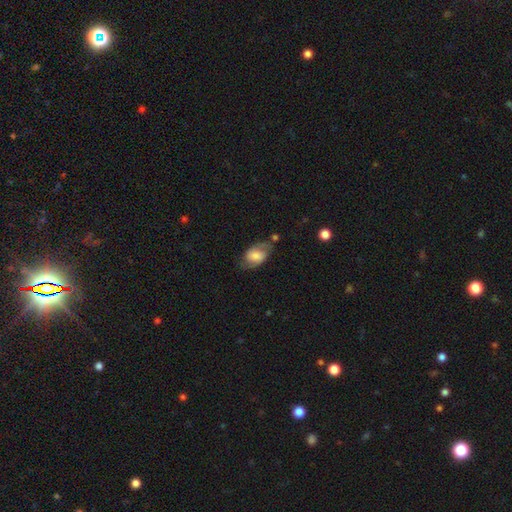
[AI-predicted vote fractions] This appears to be a smooth galaxy with no disk features (53%) that is in between round and cigar-shaped (84%). Merging: none (54%).